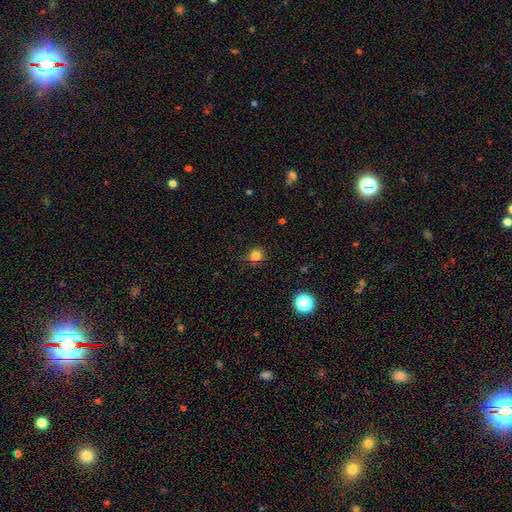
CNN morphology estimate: Smooth or featured?
  - smooth: 79% *
  - star or artifact: 16%
  - featured or disk: 5%
How rounded?
  - round: 87% *
  - in between: 12%
  - cigar-shaped: 1%
Merging?
  - none: 77% *
  - minor disturbance: 16%
  - major disturbance: 4%
  - merger: 3%